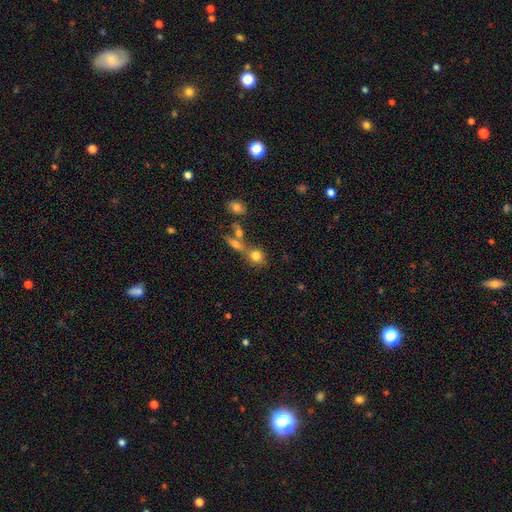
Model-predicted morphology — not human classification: A smooth galaxy with no disk features (78%) that is round (76%).

Vote fractions:
- Smooth or featured? smooth: 78% / featured or disk: 11% / star or artifact: 11%
- How rounded? round: 76% / in between: 21% / cigar-shaped: 3%
- Merging? none: 51% / merger: 33% / minor disturbance: 10% / major disturbance: 5%